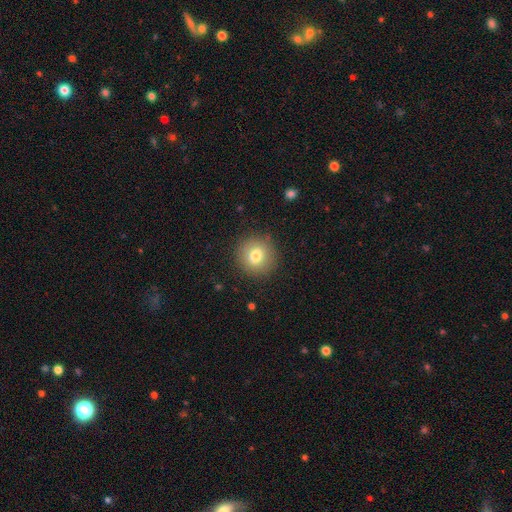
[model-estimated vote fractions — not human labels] Q: Smooth or featured?
A: smooth (78%); runner-up: featured or disk (12%)
Q: How rounded?
A: round (92%); runner-up: in between (7%)
Q: Merging?
A: none (88%); runner-up: minor disturbance (8%)